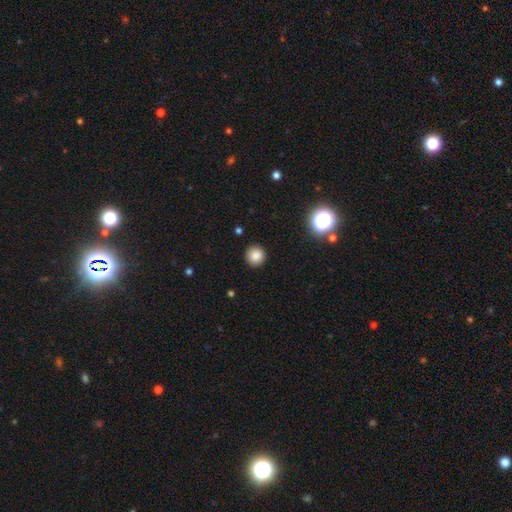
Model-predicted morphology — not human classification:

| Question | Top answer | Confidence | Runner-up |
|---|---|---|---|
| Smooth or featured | smooth | 84% | star or artifact (12%) |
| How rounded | round | 94% | in between (5%) |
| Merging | none | 91% | minor disturbance (6%) |